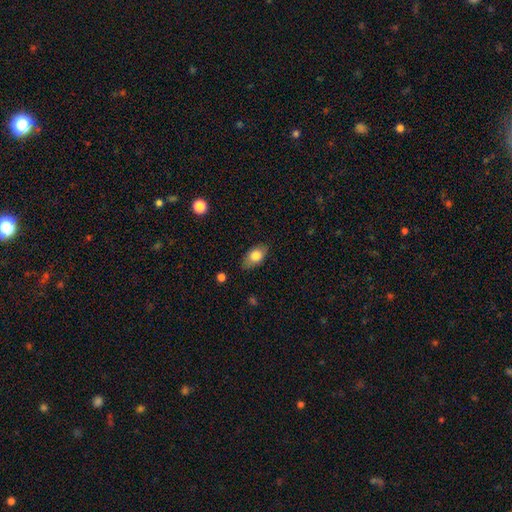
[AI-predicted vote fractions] Q: Smooth or featured?
A: smooth (77%); runner-up: featured or disk (15%)
Q: How rounded?
A: in between (87%); runner-up: round (9%)
Q: Merging?
A: none (80%); runner-up: minor disturbance (16%)